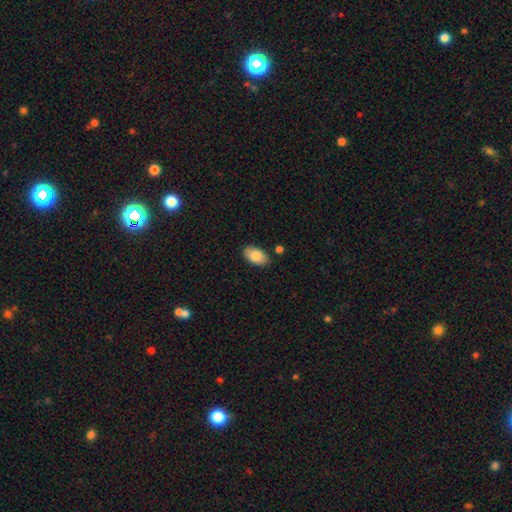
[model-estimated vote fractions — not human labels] This appears to be a smooth galaxy with no disk features (81%) that is in between round and cigar-shaped (94%). Merging: none (85%).